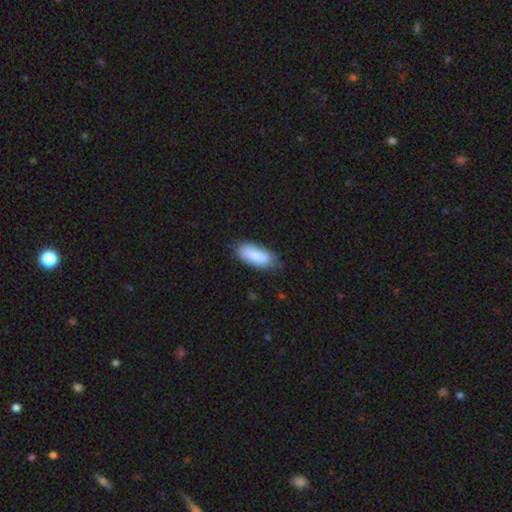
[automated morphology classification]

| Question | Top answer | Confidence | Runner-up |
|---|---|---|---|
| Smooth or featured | smooth | 82% | featured or disk (12%) |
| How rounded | in between | 84% | cigar-shaped (15%) |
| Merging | none | 72% | minor disturbance (22%) |